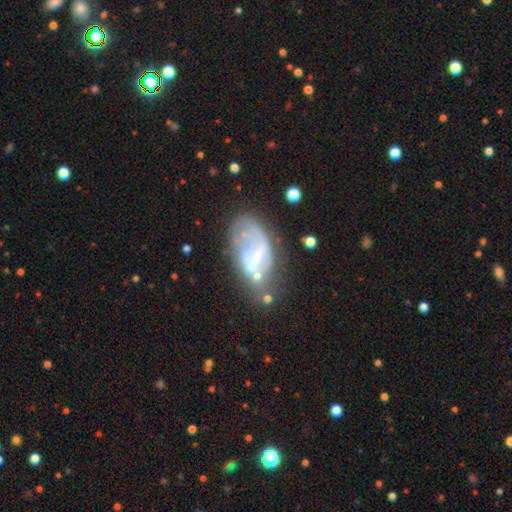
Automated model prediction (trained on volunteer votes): Morphology: type=featured or disk (60%); edge-on=no (95%); bar=no (57%); spiral arms=no (77%); bulge=none (61%); merging=none (36%).